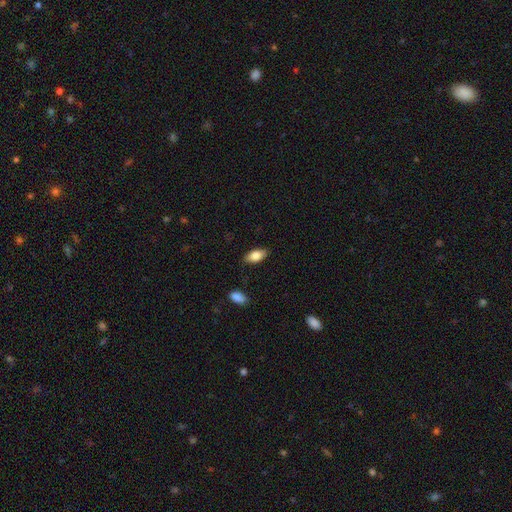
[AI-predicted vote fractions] smooth 79%, featured or disk 14%, star or artifact 7%. Down the decision tree: how rounded — in between (89%); merging — none (85%).